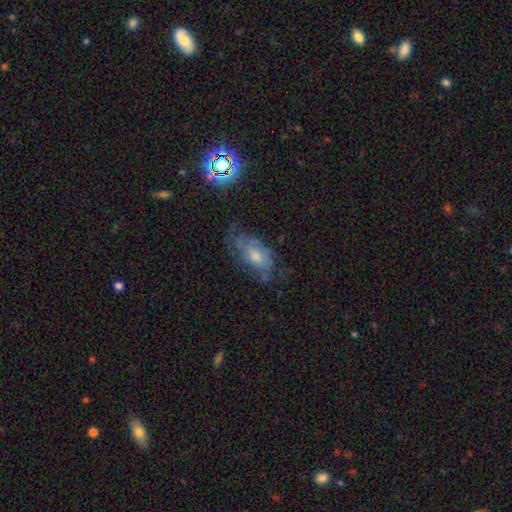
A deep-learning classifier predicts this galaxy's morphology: The model was most divided on "smooth or featured": featured or disk: 50%, smooth: 36%, star or artifact: 14%. Remaining: edge-on disk — no (89%); merging — none (49%).